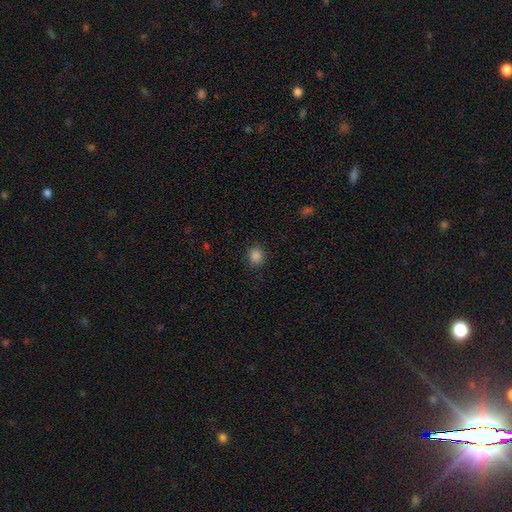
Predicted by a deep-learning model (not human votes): Smooth or featured? Predicted: smooth (p=0.85). How rounded? Predicted: round (p=0.84). Merging? Predicted: none (p=0.89).